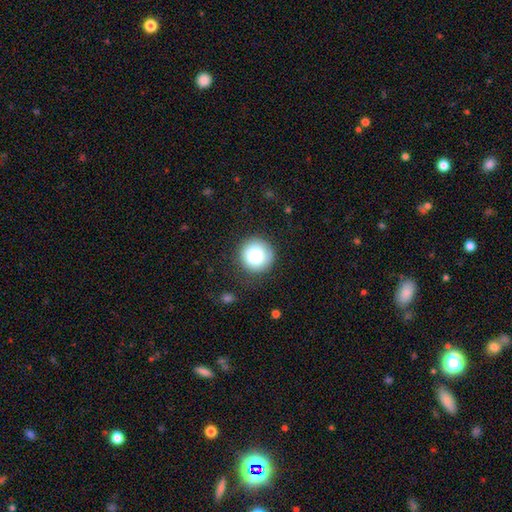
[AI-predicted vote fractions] Overall: smooth (83%). How rounded: round (95%). Merging: none (82%).